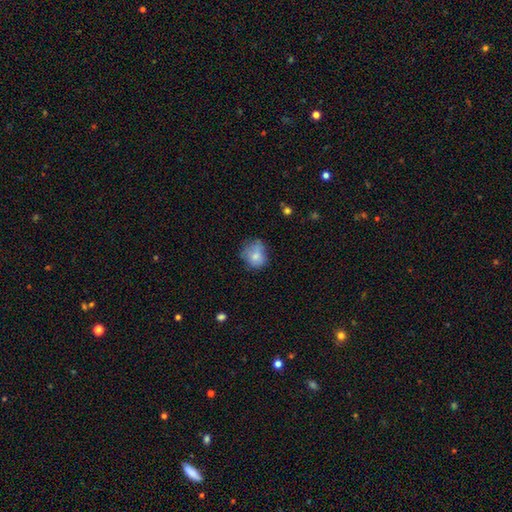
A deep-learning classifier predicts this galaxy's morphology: Q: Smooth or featured?
A: smooth (72%); runner-up: featured or disk (18%)
Q: How rounded?
A: round (66%); runner-up: in between (33%)
Q: Merging?
A: none (50%); runner-up: minor disturbance (31%)